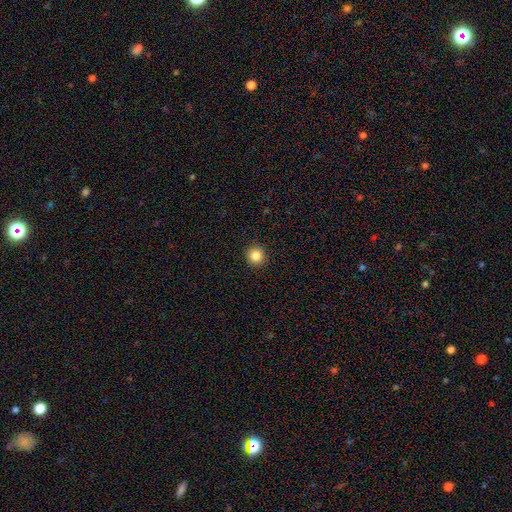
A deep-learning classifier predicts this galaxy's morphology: Smooth or featured?
  - smooth: 85% *
  - star or artifact: 11%
  - featured or disk: 4%
How rounded?
  - round: 94% *
  - in between: 5%
  - cigar-shaped: 1%
Merging?
  - none: 93% *
  - minor disturbance: 5%
  - major disturbance: 2%
  - merger: 1%